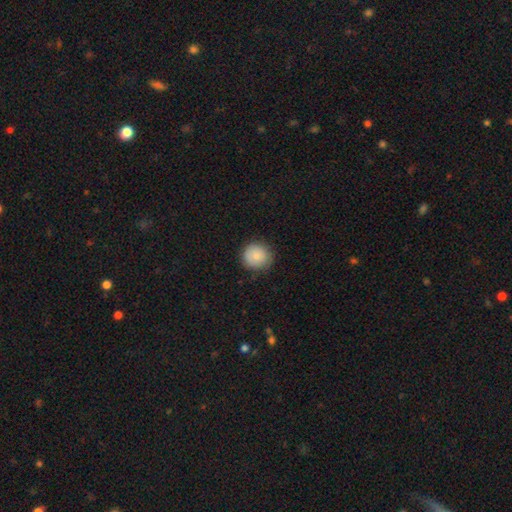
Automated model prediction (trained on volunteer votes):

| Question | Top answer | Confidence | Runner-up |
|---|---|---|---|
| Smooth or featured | smooth | 86% | star or artifact (8%) |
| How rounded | round | 92% | in between (7%) |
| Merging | none | 85% | minor disturbance (12%) |